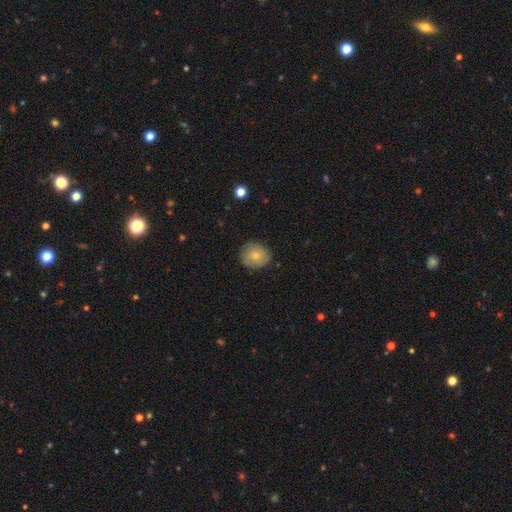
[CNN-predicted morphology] A smooth galaxy with no disk features (77%) that is round (80%).

Vote fractions:
- Smooth or featured? smooth: 77% / featured or disk: 16% / star or artifact: 8%
- How rounded? round: 80% / in between: 19% / cigar-shaped: 1%
- Merging? none: 83% / minor disturbance: 13% / major disturbance: 3% / merger: 1%